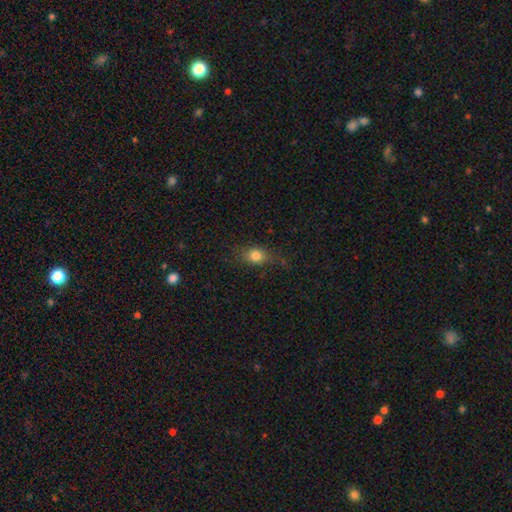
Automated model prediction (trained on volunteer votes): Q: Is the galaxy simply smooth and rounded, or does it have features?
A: smooth — 77%.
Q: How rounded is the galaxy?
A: in between — 55%.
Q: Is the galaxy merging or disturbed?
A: none — 71%.